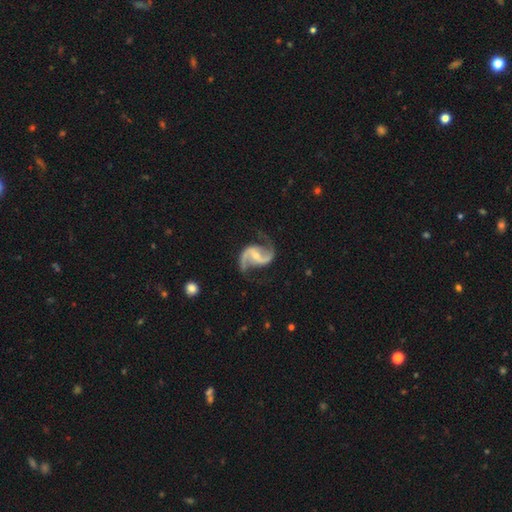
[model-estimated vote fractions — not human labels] Smooth or featured? Predicted: featured or disk (p=0.93). Edge-on disk? Predicted: no (p=0.98). Bar? Predicted: weak (p=0.43). Spiral arms? Predicted: yes (p=0.98). Spiral winding? Predicted: loose (p=0.55). Spiral arm count? Predicted: 2 (p=0.94). Bulge size? Predicted: small (p=0.58). Merging? Predicted: none (p=0.77).